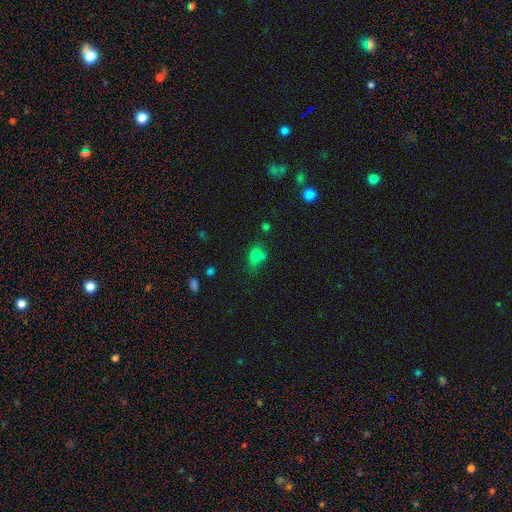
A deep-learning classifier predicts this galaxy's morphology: Smooth or featured?
  - smooth: 76% *
  - star or artifact: 14%
  - featured or disk: 9%
How rounded?
  - in between: 60% *
  - round: 38%
  - cigar-shaped: 2%
Merging?
  - none: 53% *
  - minor disturbance: 28%
  - major disturbance: 11%
  - merger: 9%